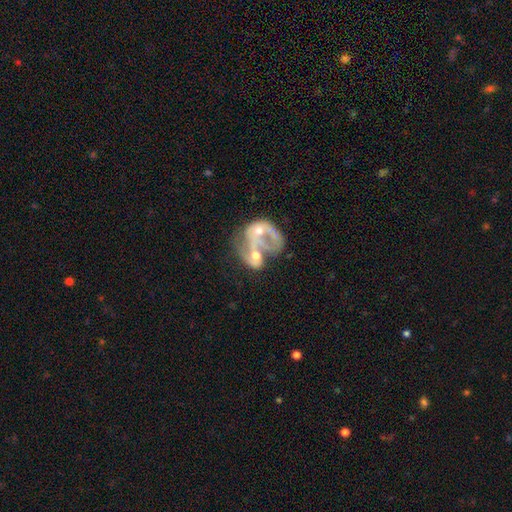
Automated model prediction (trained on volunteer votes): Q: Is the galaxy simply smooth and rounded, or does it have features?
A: featured or disk — 66%.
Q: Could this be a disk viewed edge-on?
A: no — 97%.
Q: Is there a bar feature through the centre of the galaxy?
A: no — 75%.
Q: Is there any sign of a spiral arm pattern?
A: no — 56%.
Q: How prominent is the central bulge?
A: moderate — 48%.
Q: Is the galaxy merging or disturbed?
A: merger — 72%.